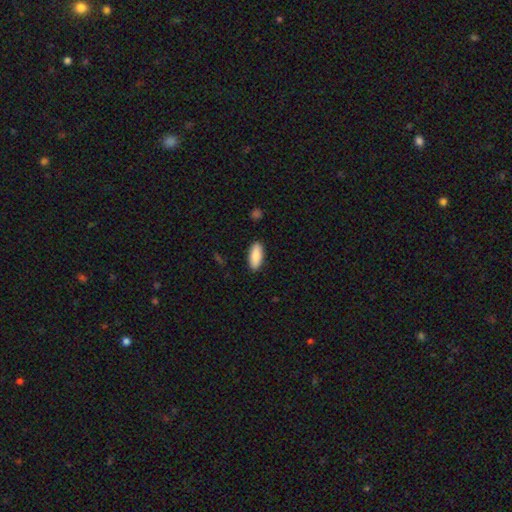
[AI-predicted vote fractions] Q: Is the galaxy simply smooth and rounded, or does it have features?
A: smooth — 86%.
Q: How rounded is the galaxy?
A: in between — 82%.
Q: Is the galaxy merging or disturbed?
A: none — 89%.